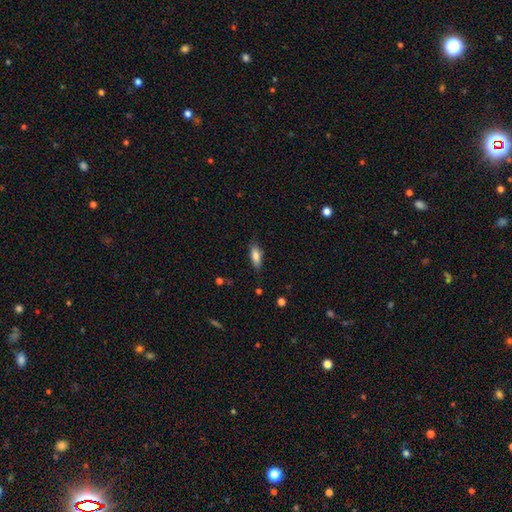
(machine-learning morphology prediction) This is clearly a smooth galaxy (82%). How rounded: likely in between (70%). Merging: likely none (78%).